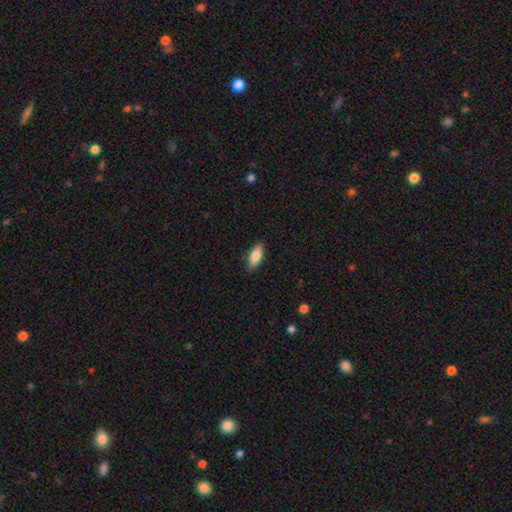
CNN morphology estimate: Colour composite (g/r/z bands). It shows a smooth galaxy with no disk features (83%) that is in between round and cigar-shaped (81%). Merging: none (86%).